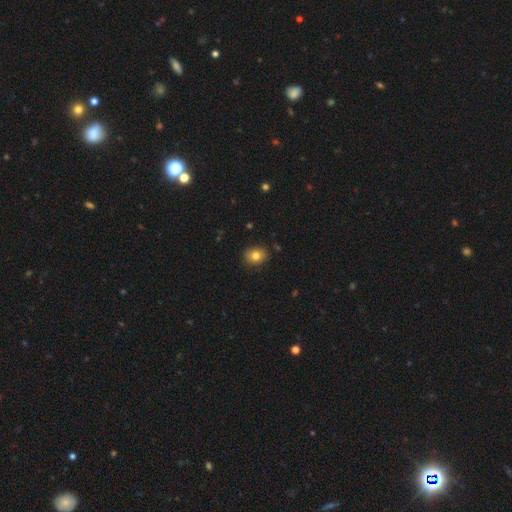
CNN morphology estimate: A smooth galaxy with no disk features (81%) that is round (51%). Merging: none (86%).